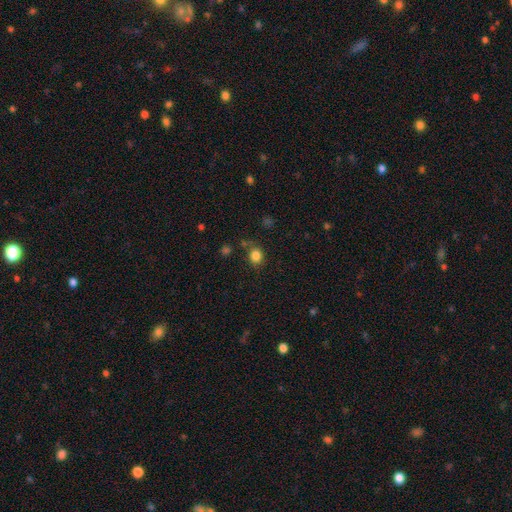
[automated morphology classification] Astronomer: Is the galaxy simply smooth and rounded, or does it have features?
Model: smooth — 83%.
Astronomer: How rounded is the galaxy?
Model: round — 66%.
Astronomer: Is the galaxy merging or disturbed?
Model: none — 73%.